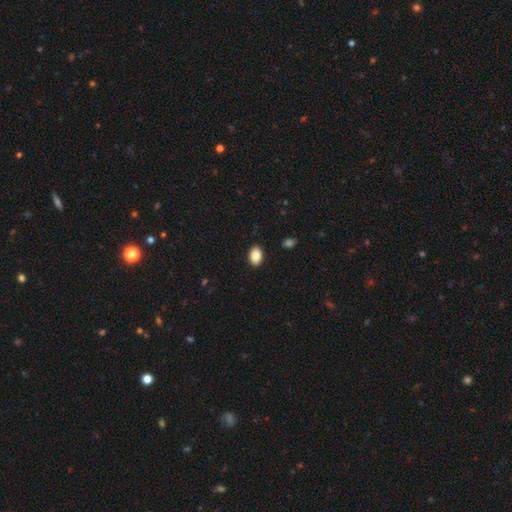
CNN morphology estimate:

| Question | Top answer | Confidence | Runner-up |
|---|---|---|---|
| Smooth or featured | smooth | 86% | star or artifact (8%) |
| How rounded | in between | 83% | round (15%) |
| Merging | none | 91% | minor disturbance (7%) |